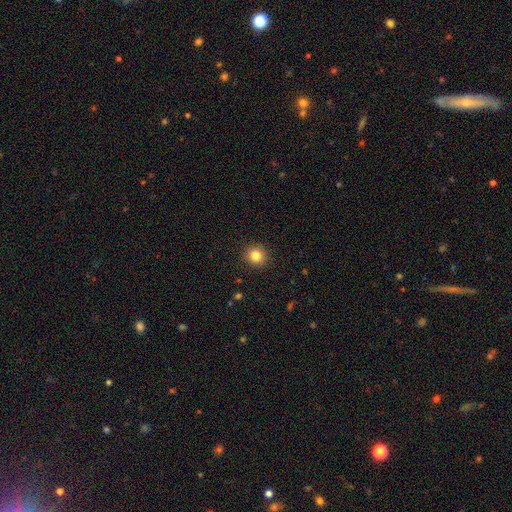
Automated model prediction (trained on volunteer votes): Overall: smooth (83%). How rounded: round (91%). Merging: none (92%).